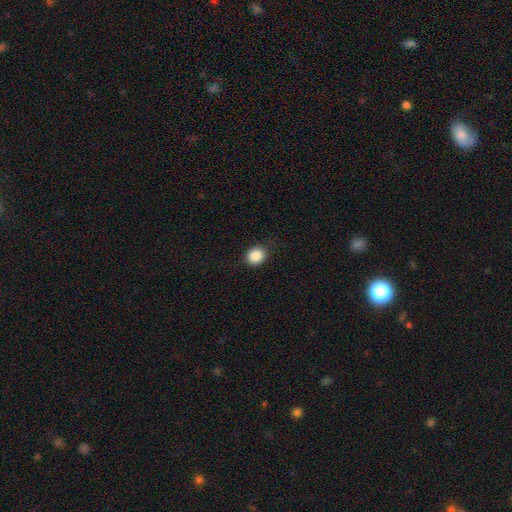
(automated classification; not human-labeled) smooth_or_featured: smooth (p=0.88) [alt: star or artifact p=0.09]
how_rounded: round (p=0.71) [alt: in between p=0.28]
merging: none (p=0.87) [alt: minor disturbance p=0.10]